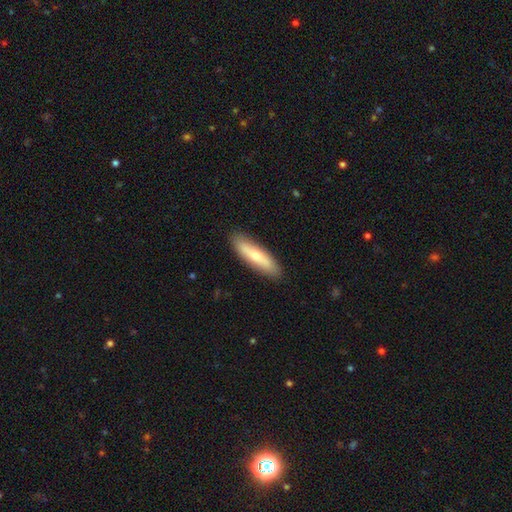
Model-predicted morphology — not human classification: smooth-or-featured: smooth: 64% | featured or disk: 31% | star or artifact: 6%
  how-rounded: cigar-shaped: 72% | in between: 26% | round: 2%
  merging: none: 88% | minor disturbance: 9% | major disturbance: 2% | merger: 1%